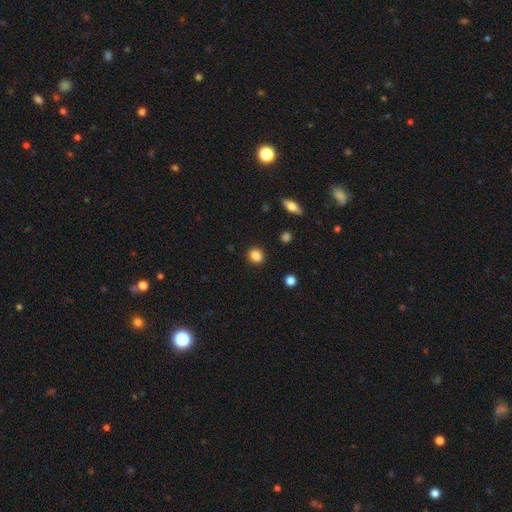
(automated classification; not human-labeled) This appears to be a smooth galaxy with no disk features (86%) that is round (73%). Merging: none (89%).